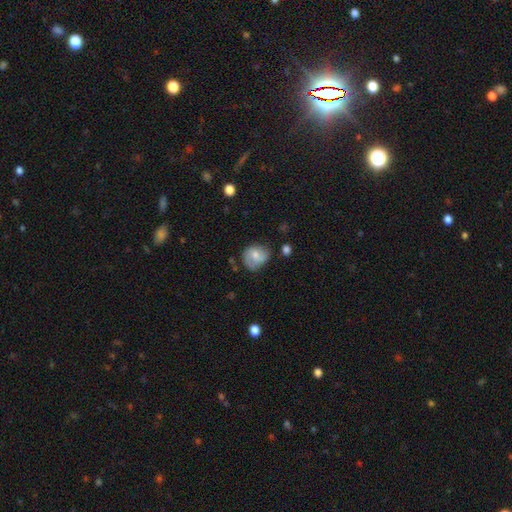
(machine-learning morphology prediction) smooth_or_featured: smooth (p=0.63) [alt: featured or disk p=0.29]
how_rounded: round (p=0.65) [alt: in between p=0.34]
merging: none (p=0.54) [alt: minor disturbance p=0.32]